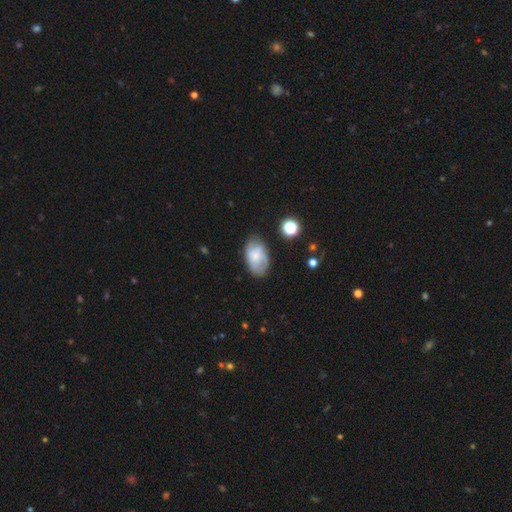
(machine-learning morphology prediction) Smooth or featured: smooth — 52% (featured or disk — 40%)
How rounded: in between — 90% (round — 8%)
Merging: none — 70% (minor disturbance — 22%)